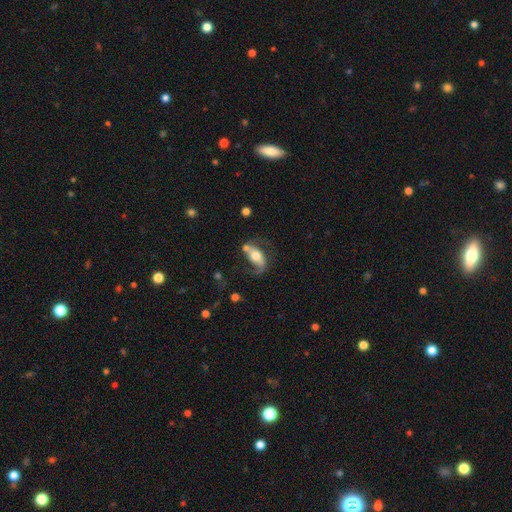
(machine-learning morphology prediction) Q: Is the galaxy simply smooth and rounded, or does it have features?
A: featured or disk — 66%.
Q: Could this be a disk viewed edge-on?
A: no — 91%.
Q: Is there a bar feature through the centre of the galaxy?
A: no — 44%.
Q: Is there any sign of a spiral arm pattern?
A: yes — 85%.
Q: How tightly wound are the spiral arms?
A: loose — 59%.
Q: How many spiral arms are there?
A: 2 — 75%.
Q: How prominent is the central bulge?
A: moderate — 61%.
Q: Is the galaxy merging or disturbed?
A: none — 47%.